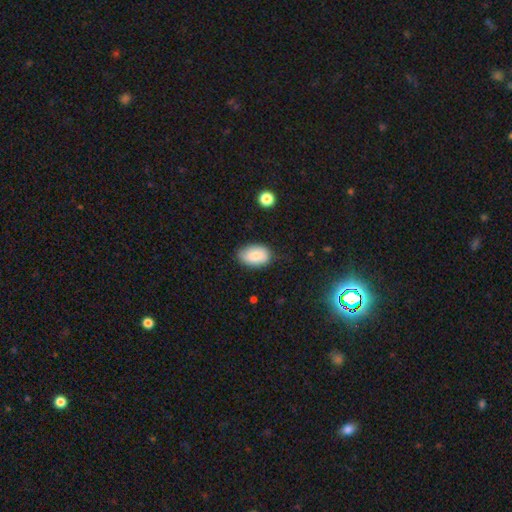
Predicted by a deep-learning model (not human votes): A smooth galaxy with no disk features (84%) that is in between round and cigar-shaped (91%).

Vote fractions:
- Smooth or featured? smooth: 84% / featured or disk: 9% / star or artifact: 7%
- How rounded? in between: 91% / round: 8% / cigar-shaped: 1%
- Merging? none: 77% / minor disturbance: 18% / major disturbance: 3% / merger: 1%